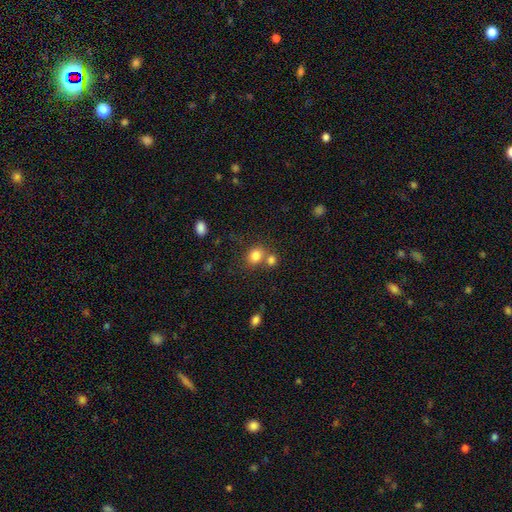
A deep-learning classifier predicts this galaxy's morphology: Smooth or featured? Predicted: smooth (p=0.82). How rounded? Predicted: round (p=0.53). Merging? Predicted: none (p=0.52).